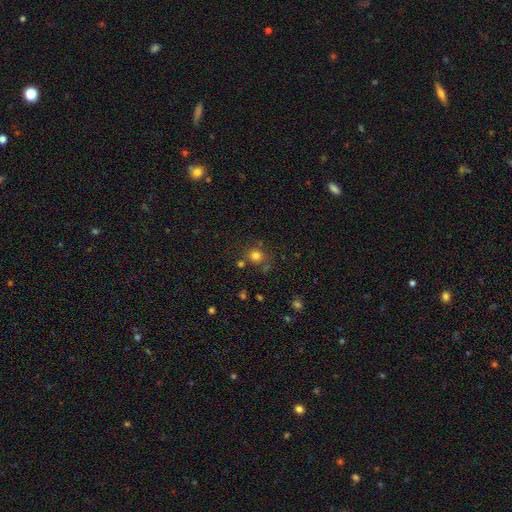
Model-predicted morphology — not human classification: smooth_or_featured: smooth (p=0.77) [alt: star or artifact p=0.16]
how_rounded: round (p=0.83) [alt: in between p=0.16]
merging: none (p=0.69) [alt: minor disturbance p=0.14]